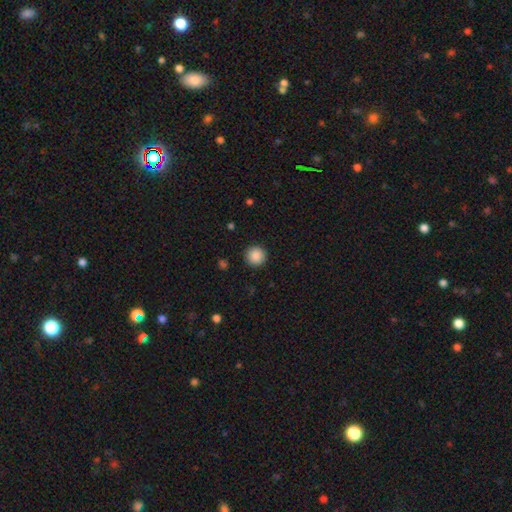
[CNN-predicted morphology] Smooth or featured? smooth (88%)
How rounded? round (95%)
Merging? none (92%)